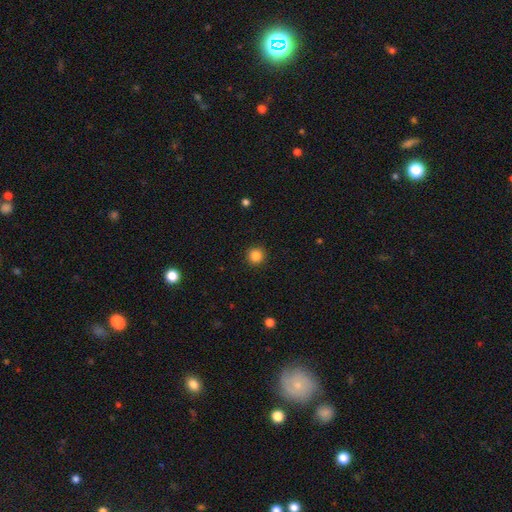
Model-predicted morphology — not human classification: type=smooth (86%); roundness=round (95%); merging=none (92%).